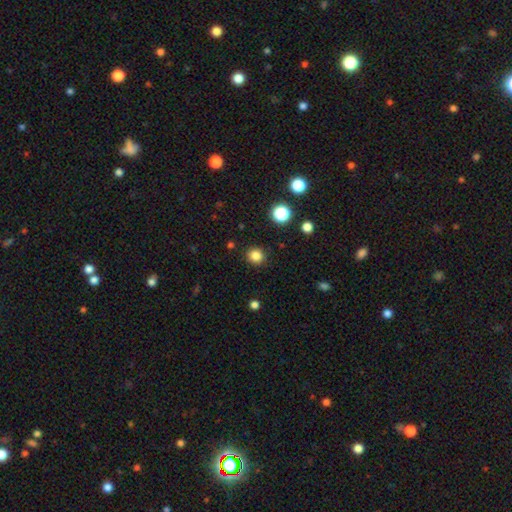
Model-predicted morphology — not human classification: Q: Smooth or featured?
A: smooth (83%); runner-up: star or artifact (13%)
Q: How rounded?
A: round (91%); runner-up: in between (8%)
Q: Merging?
A: none (90%); runner-up: minor disturbance (6%)